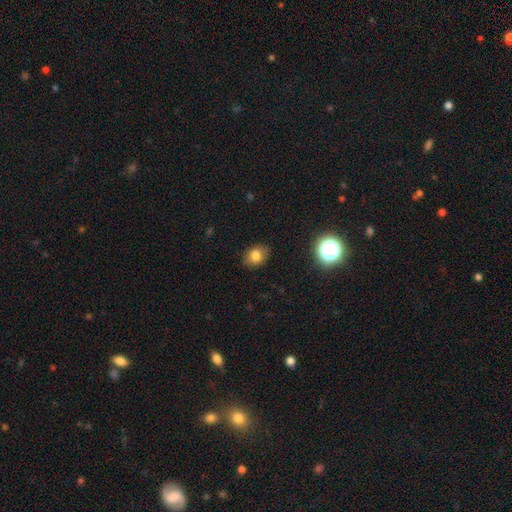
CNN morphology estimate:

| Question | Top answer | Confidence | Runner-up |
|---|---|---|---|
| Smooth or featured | smooth | 78% | star or artifact (13%) |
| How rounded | in between | 55% | round (44%) |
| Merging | none | 83% | minor disturbance (13%) |